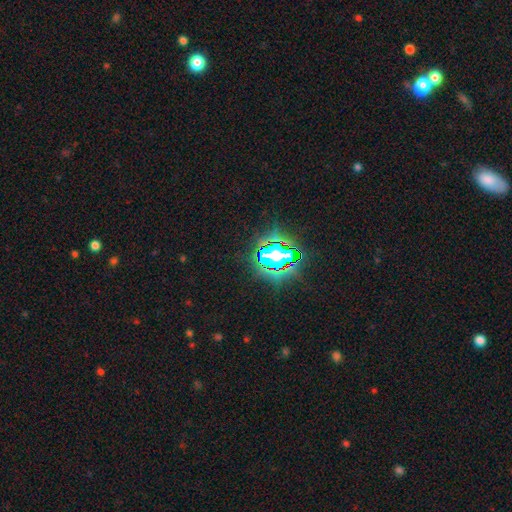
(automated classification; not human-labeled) smooth_or_featured: star or artifact (p=0.75) [alt: smooth p=0.15]